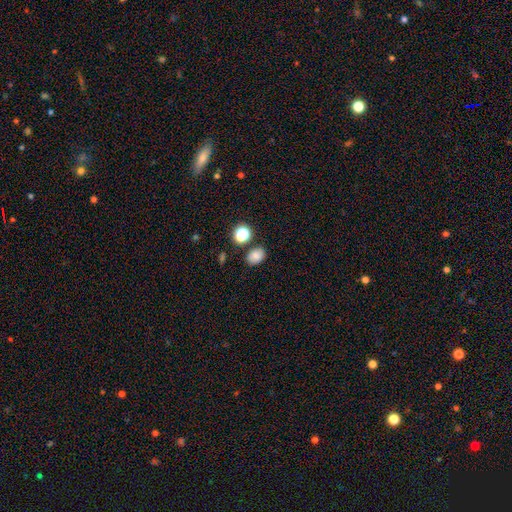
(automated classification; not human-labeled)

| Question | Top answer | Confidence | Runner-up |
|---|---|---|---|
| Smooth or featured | smooth | 78% | star or artifact (13%) |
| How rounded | in between | 69% | round (30%) |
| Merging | none | 78% | minor disturbance (12%) |